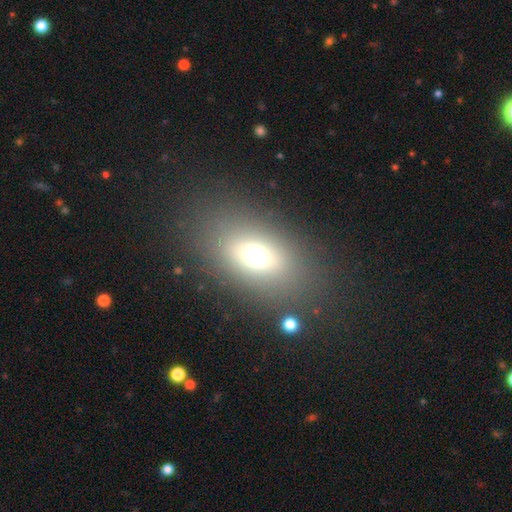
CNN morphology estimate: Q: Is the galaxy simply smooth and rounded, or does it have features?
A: smooth — 65%.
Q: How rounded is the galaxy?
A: in between — 77%.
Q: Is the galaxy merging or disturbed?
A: none — 80%.